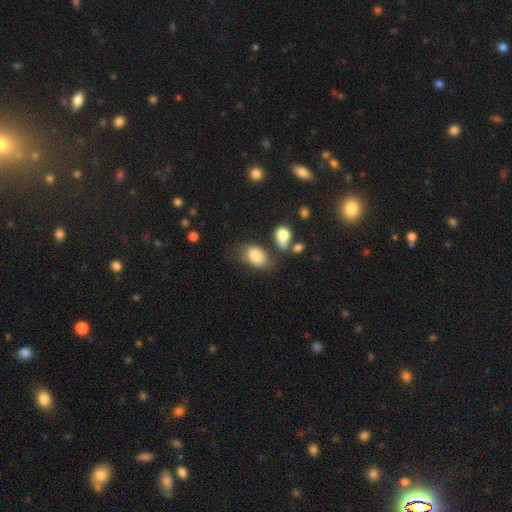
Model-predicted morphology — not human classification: Smooth or featured? smooth (80%)
How rounded? in between (85%)
Merging? none (54%)